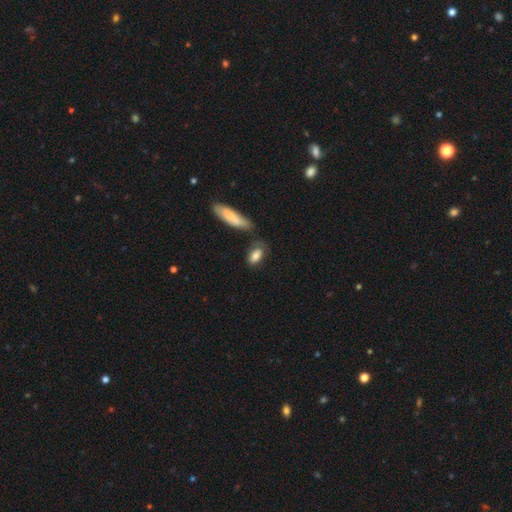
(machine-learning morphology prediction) smooth-or-featured: smooth: 80% | featured or disk: 13% | star or artifact: 7%
  how-rounded: in between: 82% | cigar-shaped: 13% | round: 5%
  merging: none: 59% | minor disturbance: 21% | merger: 13% | major disturbance: 7%